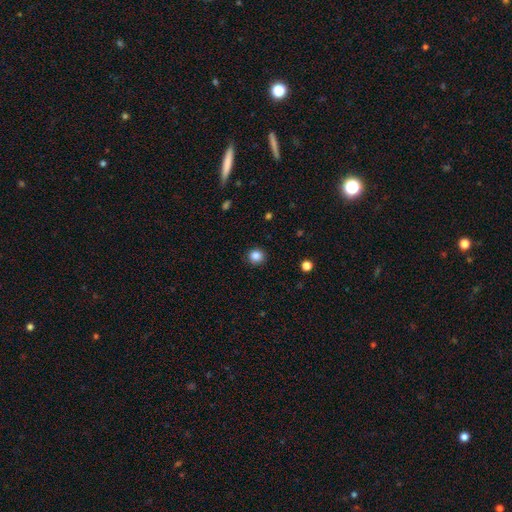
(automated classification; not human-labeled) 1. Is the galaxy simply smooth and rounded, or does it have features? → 85% smooth, 11% star or artifact, 4% featured or disk.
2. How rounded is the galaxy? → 92% round, 8% in between, 1% cigar-shaped.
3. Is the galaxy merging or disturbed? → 91% none, 6% minor disturbance, 2% major disturbance, 1% merger.